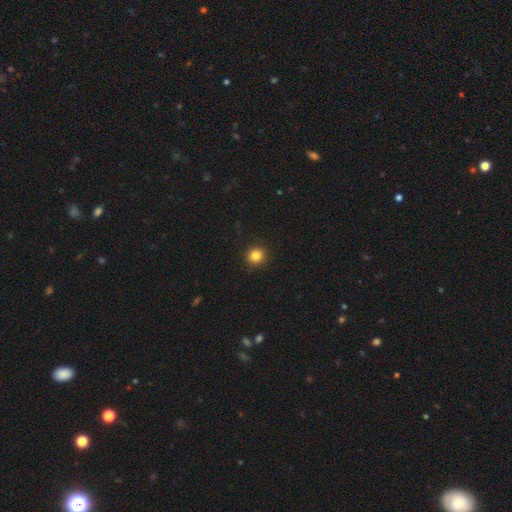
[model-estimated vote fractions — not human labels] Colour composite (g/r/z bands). It shows a smooth galaxy with no disk features (83%) that is round (94%). Merging: none (92%).